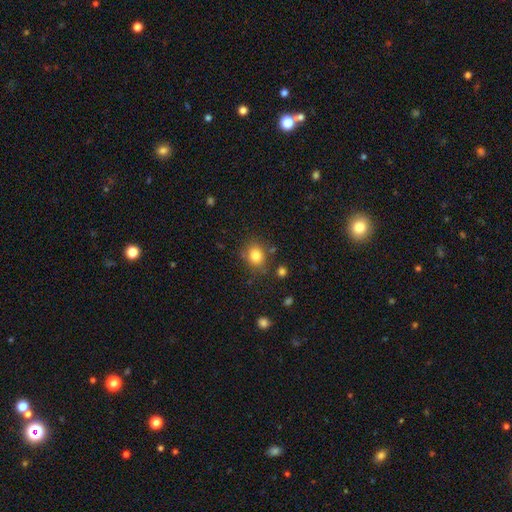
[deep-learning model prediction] A smooth galaxy with no disk features (81%) that is round (68%).

Vote fractions:
- Smooth or featured? smooth: 81% / star or artifact: 11% / featured or disk: 7%
- How rounded? round: 68% / in between: 31% / cigar-shaped: 1%
- Merging? none: 77% / minor disturbance: 14% / merger: 5% / major disturbance: 4%